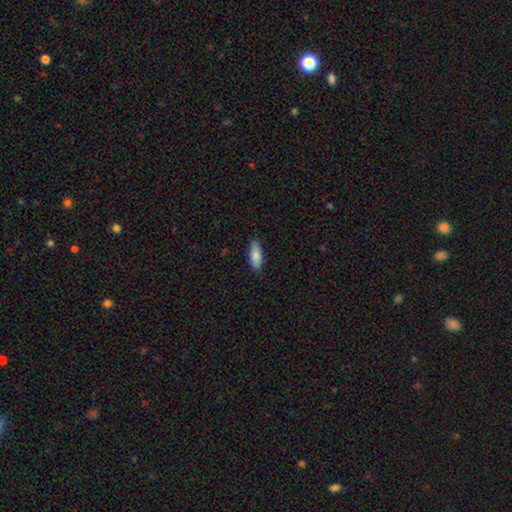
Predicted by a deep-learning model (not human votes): Q: Smooth or featured?
A: smooth (82%); runner-up: featured or disk (12%)
Q: How rounded?
A: in between (67%); runner-up: cigar-shaped (31%)
Q: Merging?
A: none (83%); runner-up: minor disturbance (14%)